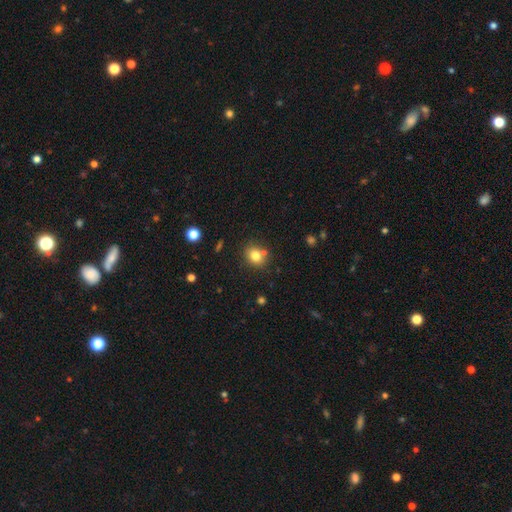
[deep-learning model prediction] smooth-or-featured: smooth: 79% | star or artifact: 12% | featured or disk: 9%
  how-rounded: round: 64% | in between: 35% | cigar-shaped: 1%
  merging: none: 73% | merger: 12% | minor disturbance: 11% | major disturbance: 3%